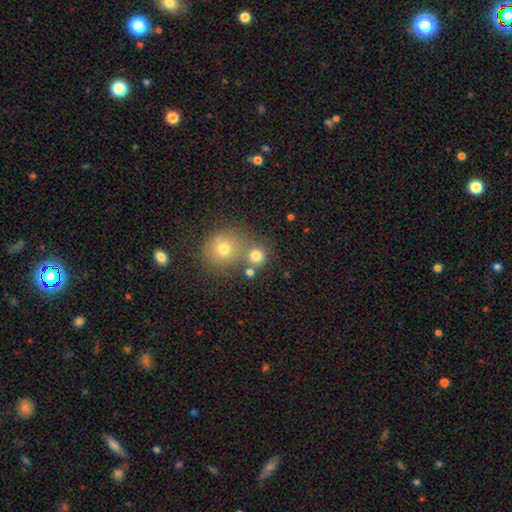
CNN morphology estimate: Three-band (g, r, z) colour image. It shows a smooth galaxy with no disk features (77%) that is round (85%). Merging: none (57%).